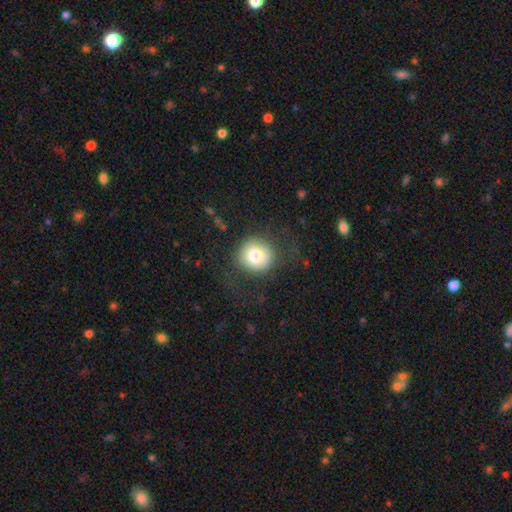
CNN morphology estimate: A smooth galaxy with no disk features (76%) that is round (90%). Merging: none (75%).